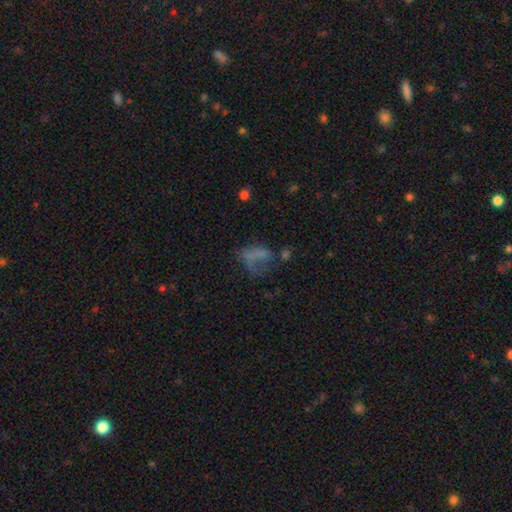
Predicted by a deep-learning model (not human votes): A smooth galaxy with no disk features (49%).

Vote fractions:
- Smooth or featured? smooth: 49% / featured or disk: 32% / star or artifact: 19%
- Merging? major disturbance: 46% / none: 27% / minor disturbance: 17% / merger: 10%